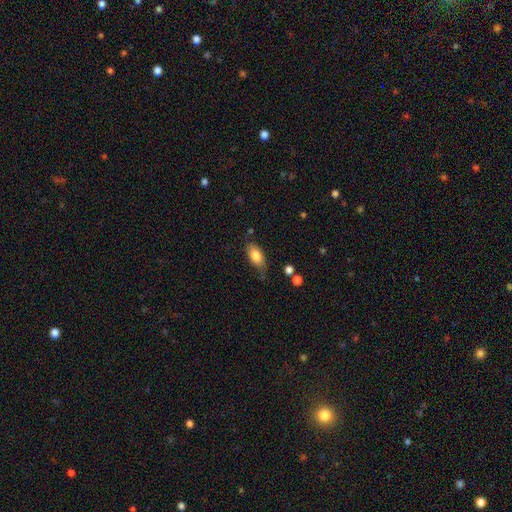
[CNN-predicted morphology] Q: Smooth or featured?
A: smooth (81%); runner-up: featured or disk (12%)
Q: How rounded?
A: in between (89%); runner-up: cigar-shaped (6%)
Q: Merging?
A: none (63%); runner-up: minor disturbance (26%)